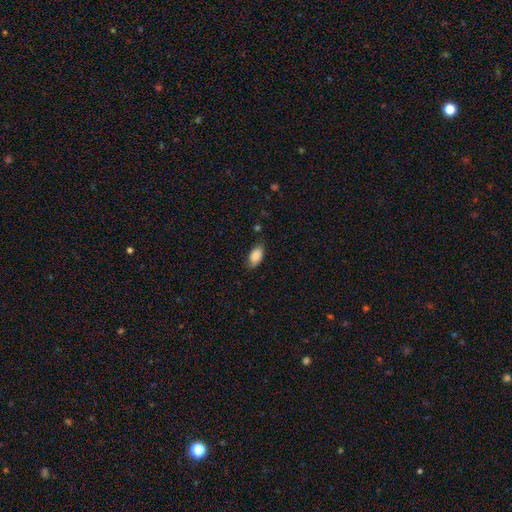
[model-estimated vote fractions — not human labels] This appears to be a smooth galaxy with no disk features (87%) that is in between round and cigar-shaped (92%). Merging: none (70%).